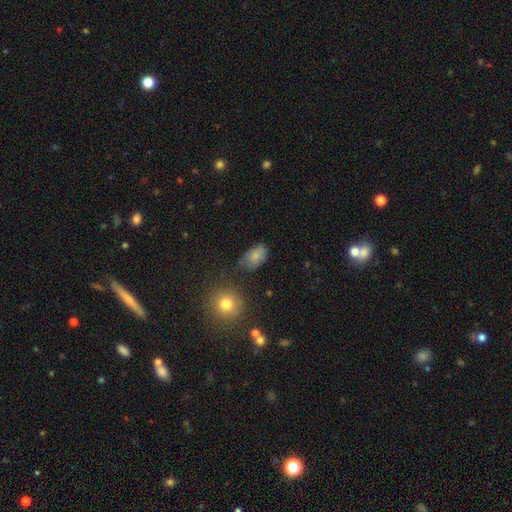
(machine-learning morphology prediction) smooth_or_featured: smooth (p=0.79) [alt: star or artifact p=0.11]
how_rounded: in between (p=0.87) [alt: round p=0.11]
merging: none (p=0.54) [alt: minor disturbance p=0.31]